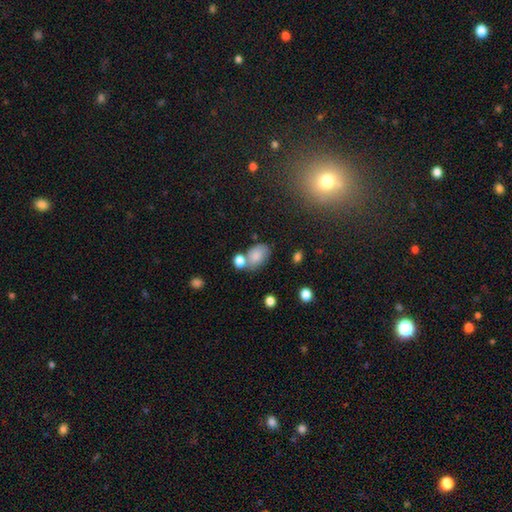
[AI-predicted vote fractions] A smooth galaxy with no disk features (80%) that is in between round and cigar-shaped (83%).

Vote fractions:
- Smooth or featured? smooth: 80% / featured or disk: 10% / star or artifact: 10%
- How rounded? in between: 83% / round: 16% / cigar-shaped: 1%
- Merging? none: 51% / merger: 25% / minor disturbance: 18% / major disturbance: 7%